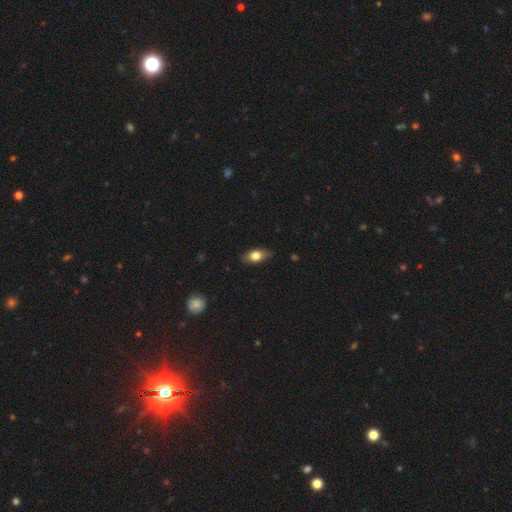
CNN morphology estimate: type=smooth (74%); roundness=in between (85%); merging=none (81%).